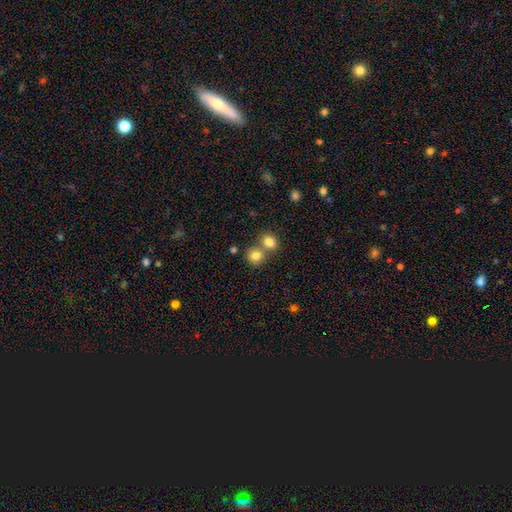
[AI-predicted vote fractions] A smooth galaxy with no disk features (81%) that is round (83%).

Vote fractions:
- Smooth or featured? smooth: 81% / star or artifact: 11% / featured or disk: 8%
- How rounded? round: 83% / in between: 16% / cigar-shaped: 1%
- Merging? none: 50% / merger: 42% / minor disturbance: 6% / major disturbance: 2%